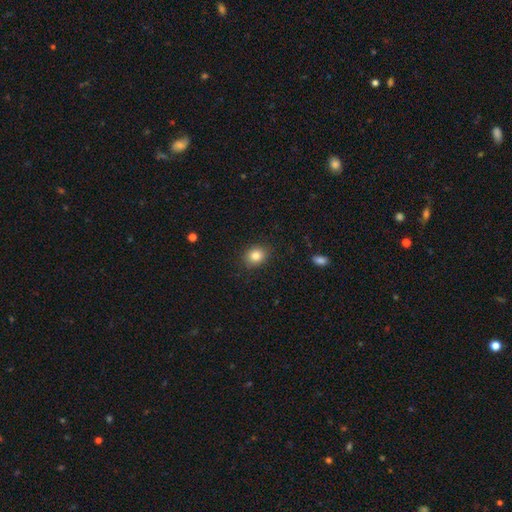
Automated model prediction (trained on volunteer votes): smooth-or-featured: smooth: 84% | star or artifact: 10% | featured or disk: 6%
  how-rounded: round: 55% | in between: 44% | cigar-shaped: 1%
  merging: none: 87% | minor disturbance: 9% | major disturbance: 3% | merger: 1%